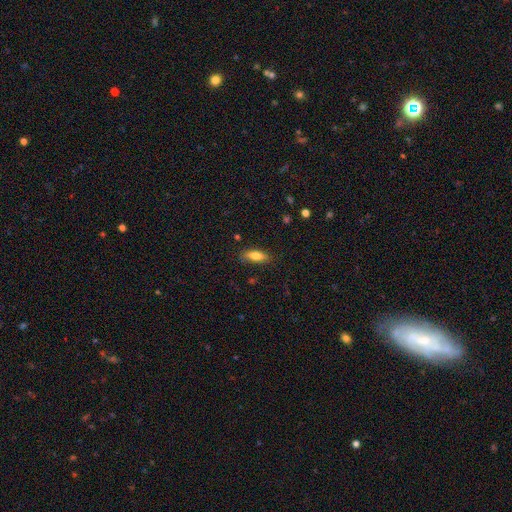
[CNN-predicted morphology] Smooth or featured: smooth — 77% (featured or disk — 15%)
How rounded: in between — 66% (cigar-shaped — 32%)
Merging: none — 82% (minor disturbance — 14%)